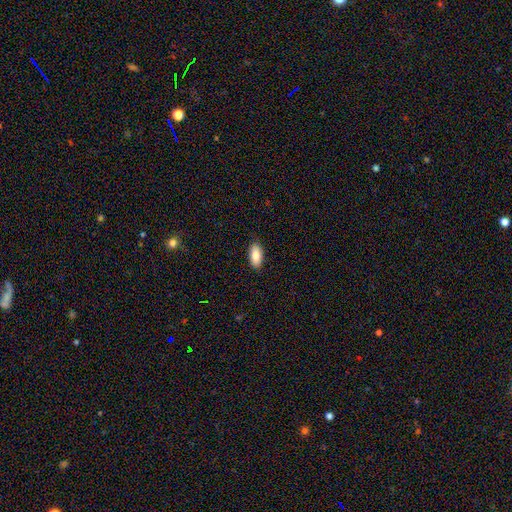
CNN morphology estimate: A smooth galaxy with no disk features (83%) that is in between round and cigar-shaped (91%). Merging: none (89%).